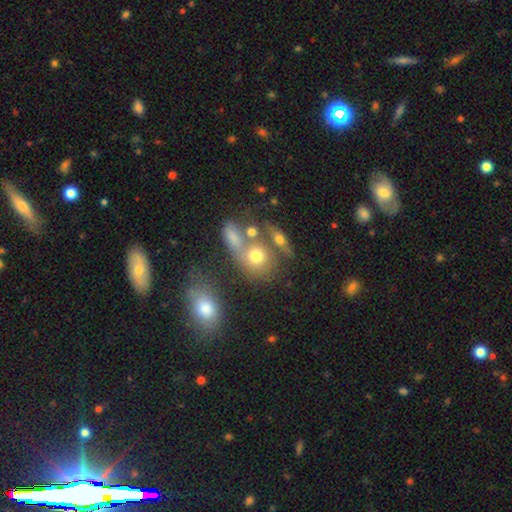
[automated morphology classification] Smooth or featured?
  - smooth: 63% *
  - featured or disk: 23%
  - star or artifact: 14%
How rounded?
  - round: 62% *
  - in between: 34%
  - cigar-shaped: 4%
Merging?
  - merger: 41% *
  - none: 38%
  - minor disturbance: 12%
  - major disturbance: 9%